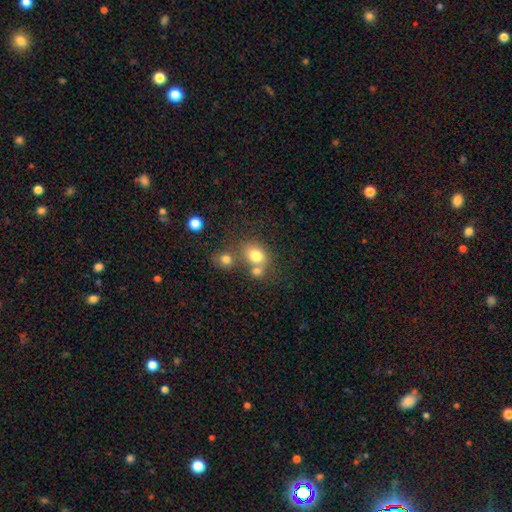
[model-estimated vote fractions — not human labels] Smooth or featured: smooth — 77% (star or artifact — 13%)
How rounded: round — 57% (in between — 42%)
Merging: none — 47% (merger — 36%)